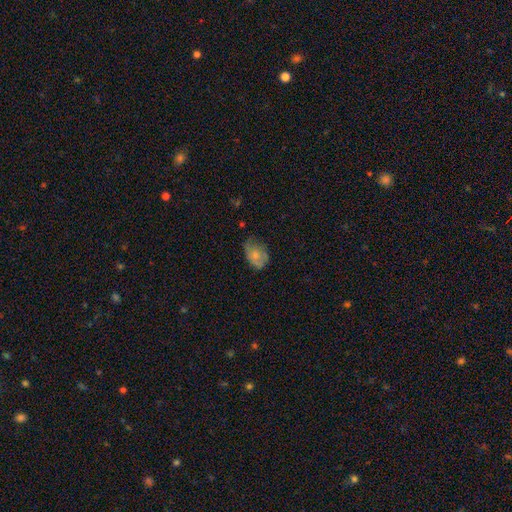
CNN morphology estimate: A smooth galaxy with no disk features (68%) that is in between round and cigar-shaped (76%).

Vote fractions:
- Smooth or featured? smooth: 68% / featured or disk: 23% / star or artifact: 9%
- How rounded? in between: 76% / round: 22% / cigar-shaped: 1%
- Merging? none: 41% / minor disturbance: 39% / major disturbance: 18% / merger: 2%